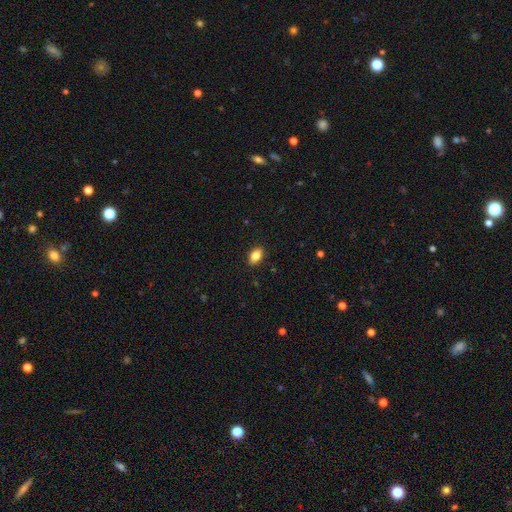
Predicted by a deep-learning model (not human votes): smooth_or_featured: smooth (p=0.84) [alt: star or artifact p=0.08]
how_rounded: in between (p=0.88) [alt: round p=0.09]
merging: none (p=0.89) [alt: minor disturbance p=0.08]